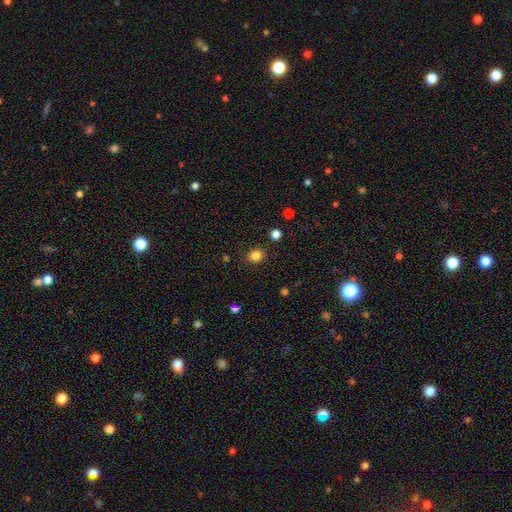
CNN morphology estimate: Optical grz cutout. It shows a smooth galaxy with no disk features (83%) that is round (65%). Merging: none (85%).